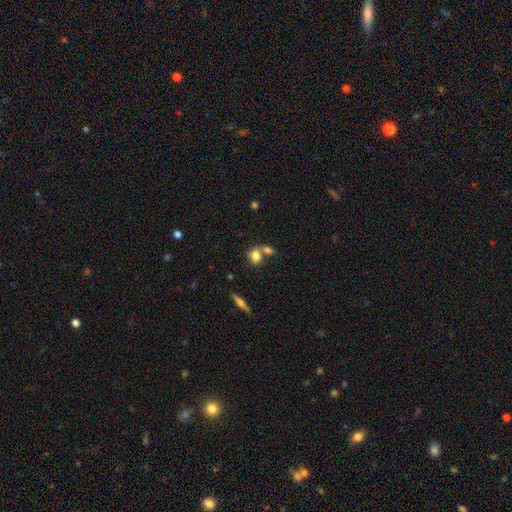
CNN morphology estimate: This is likely a smooth galaxy (77%). How rounded: likely in between (68%). Merging: marginally merger (45%).